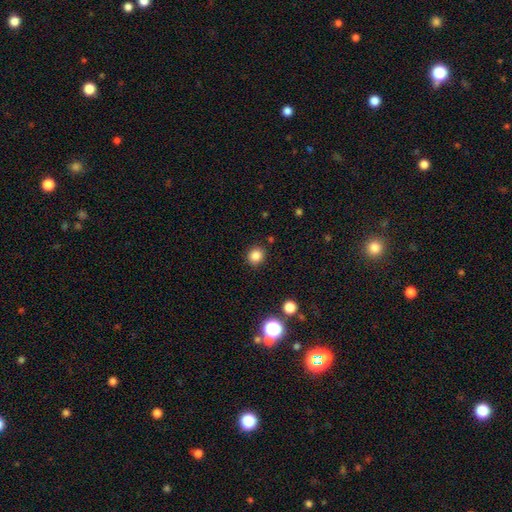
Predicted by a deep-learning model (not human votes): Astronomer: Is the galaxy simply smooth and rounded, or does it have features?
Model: smooth — 84%.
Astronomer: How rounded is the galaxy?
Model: round — 86%.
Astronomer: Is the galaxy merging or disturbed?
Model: none — 90%.